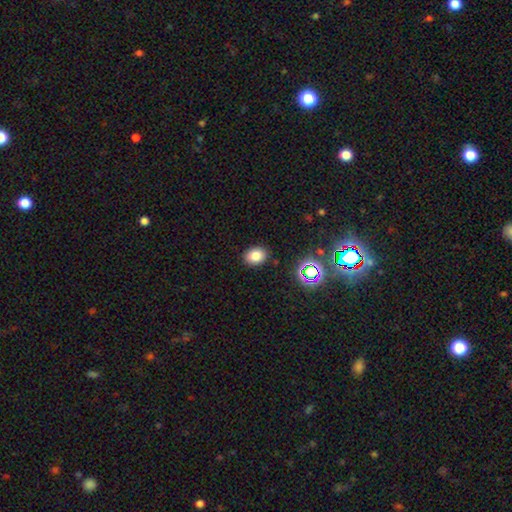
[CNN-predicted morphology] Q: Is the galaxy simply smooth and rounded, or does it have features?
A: smooth — 79%.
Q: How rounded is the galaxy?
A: in between — 62%.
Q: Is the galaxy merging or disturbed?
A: none — 88%.